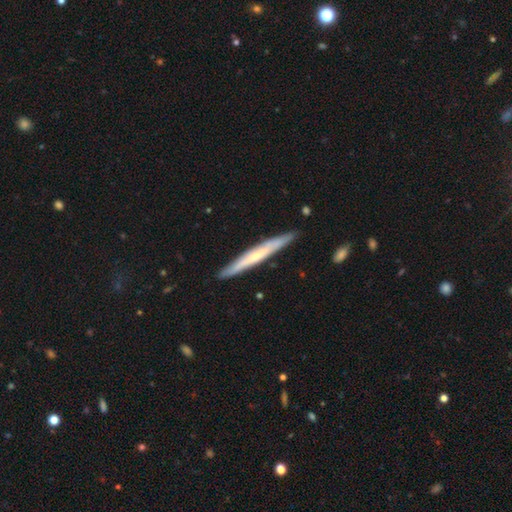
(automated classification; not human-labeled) Smooth or featured? featured or disk (55%)
Edge-on disk? yes (93%)
Edge-on bulge? none (54%)
Merging? none (88%)